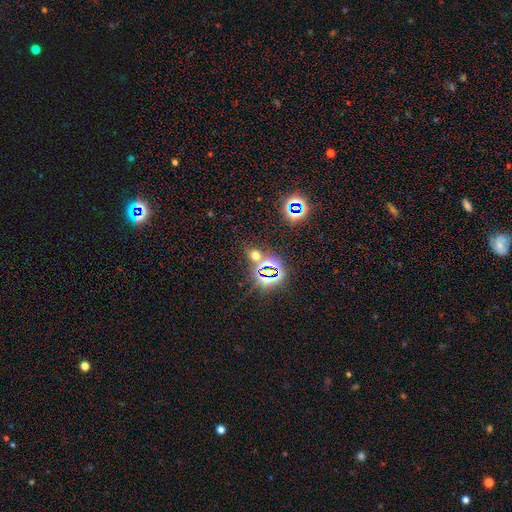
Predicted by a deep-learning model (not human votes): A star or artifact, not a galaxy (53%).